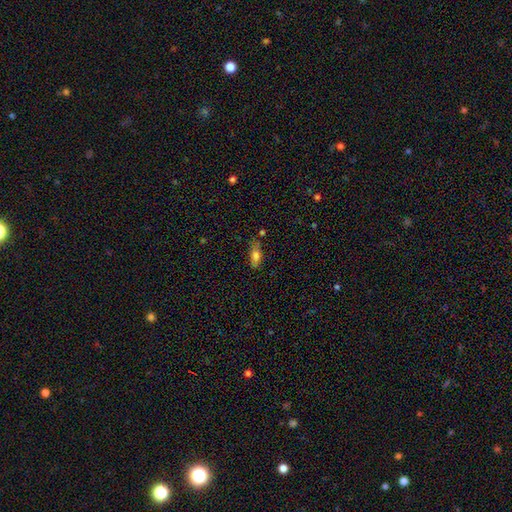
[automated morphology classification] Smooth or featured: smooth — 73% (featured or disk — 16%)
How rounded: in between — 71% (cigar-shaped — 25%)
Merging: none — 62% (minor disturbance — 24%)